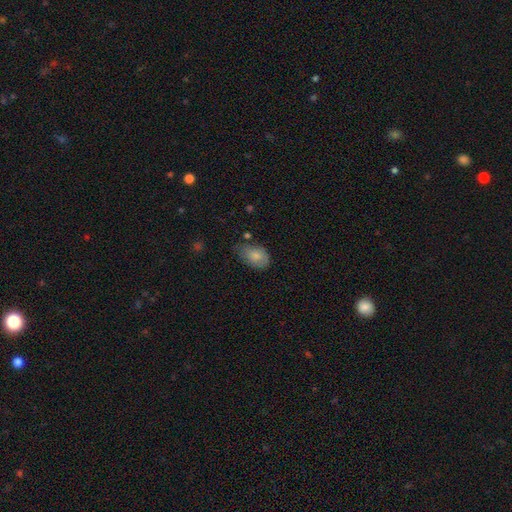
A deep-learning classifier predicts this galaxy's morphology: Smooth or featured? smooth (81%)
How rounded? in between (86%)
Merging? none (51%)